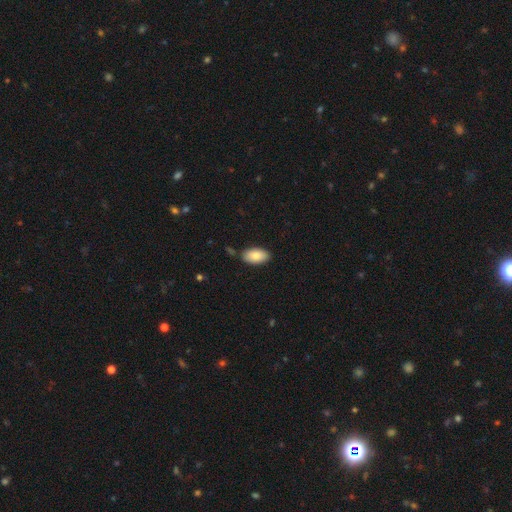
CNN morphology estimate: smooth-or-featured: smooth: 83% | featured or disk: 11% | star or artifact: 6%
  how-rounded: in between: 95% | round: 3% | cigar-shaped: 2%
  merging: none: 84% | minor disturbance: 11% | merger: 3% | major disturbance: 2%